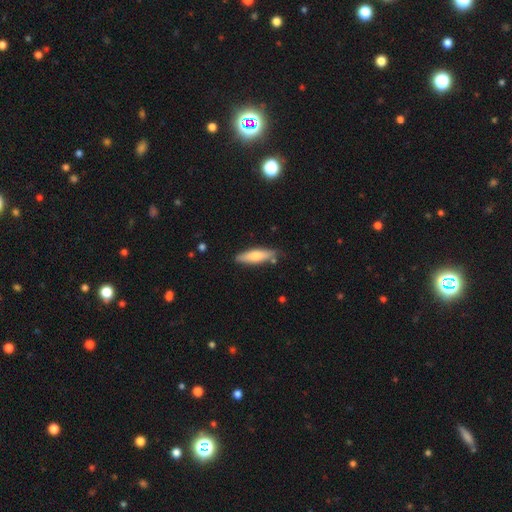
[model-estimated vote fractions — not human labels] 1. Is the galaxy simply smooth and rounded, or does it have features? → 66% smooth, 28% featured or disk, 6% star or artifact.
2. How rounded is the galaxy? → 66% cigar-shaped, 32% in between, 2% round.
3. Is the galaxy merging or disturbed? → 82% none, 13% minor disturbance, 3% merger, 2% major disturbance.